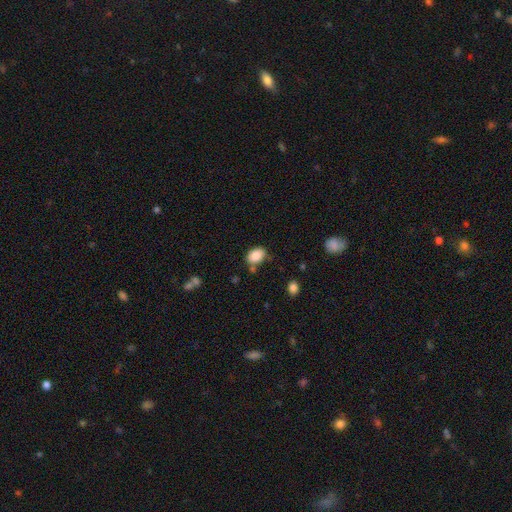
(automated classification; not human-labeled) This appears to be a smooth galaxy with no disk features (88%) that is in between round and cigar-shaped (79%). Merging: none (71%).